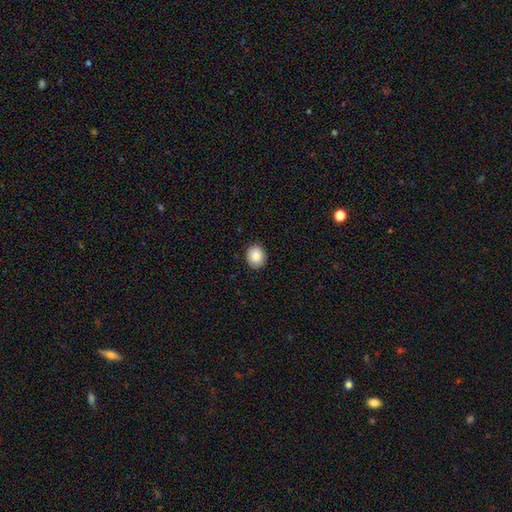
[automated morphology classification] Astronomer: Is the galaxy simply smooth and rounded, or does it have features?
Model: smooth — 88%.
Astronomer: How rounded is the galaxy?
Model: round — 63%.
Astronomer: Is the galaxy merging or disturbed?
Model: none — 90%.